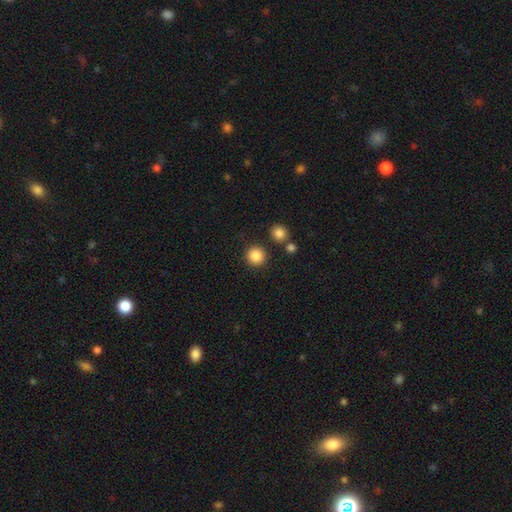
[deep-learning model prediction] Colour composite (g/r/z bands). It shows a smooth galaxy with no disk features (87%) that is round (94%). Merging: none (87%).